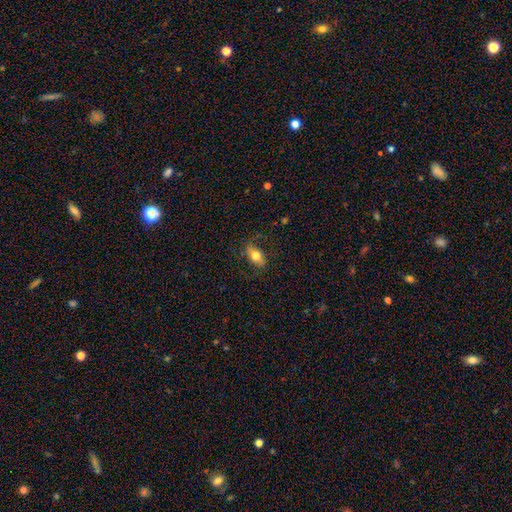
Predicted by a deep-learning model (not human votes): A smooth galaxy with no disk features (64%) that is in between round and cigar-shaped (84%).

Vote fractions:
- Smooth or featured? smooth: 64% / featured or disk: 28% / star or artifact: 8%
- How rounded? in between: 84% / round: 9% / cigar-shaped: 7%
- Merging? none: 72% / minor disturbance: 17% / major disturbance: 9% / merger: 1%